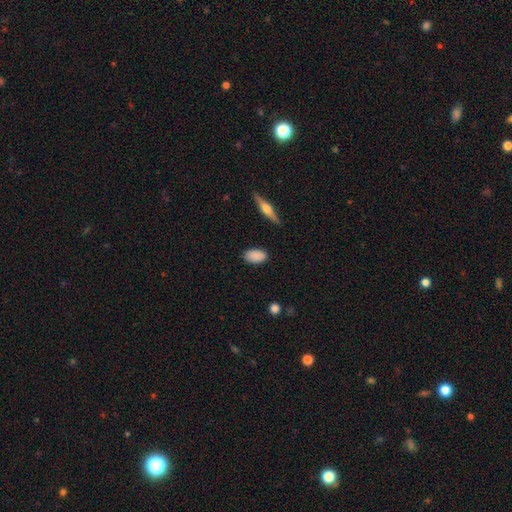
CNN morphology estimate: Smooth or featured: smooth — 87% (featured or disk — 7%)
How rounded: in between — 92% (round — 4%)
Merging: none — 85% (minor disturbance — 12%)